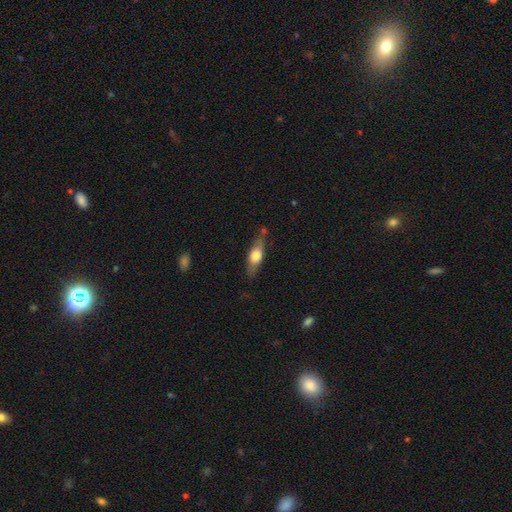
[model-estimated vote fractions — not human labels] Smooth or featured? Predicted: smooth (p=0.52). How rounded? Predicted: in between (p=0.50). Merging? Predicted: none (p=0.75).